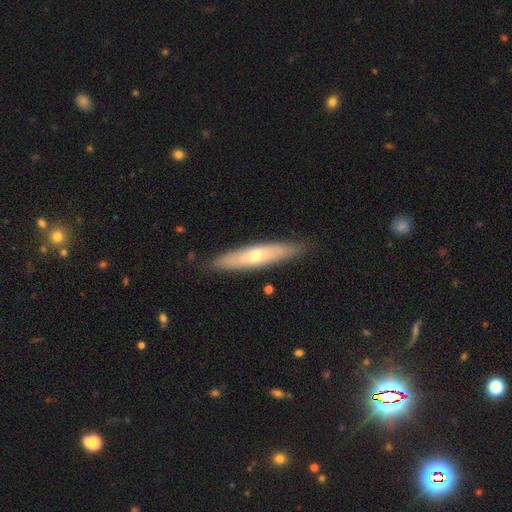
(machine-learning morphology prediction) featured or disk 49%, smooth 45%, star or artifact 6%. Down the decision tree: merging — none (86%).